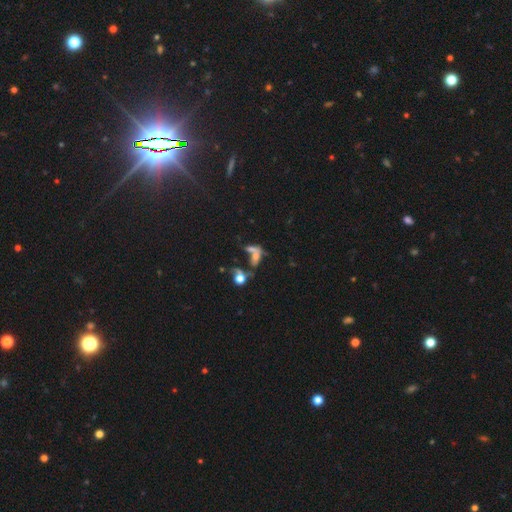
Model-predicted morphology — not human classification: smooth-or-featured: smooth: 44% | featured or disk: 34% | star or artifact: 22%
  merging: merger: 52% | none: 21% | major disturbance: 18% | minor disturbance: 10%